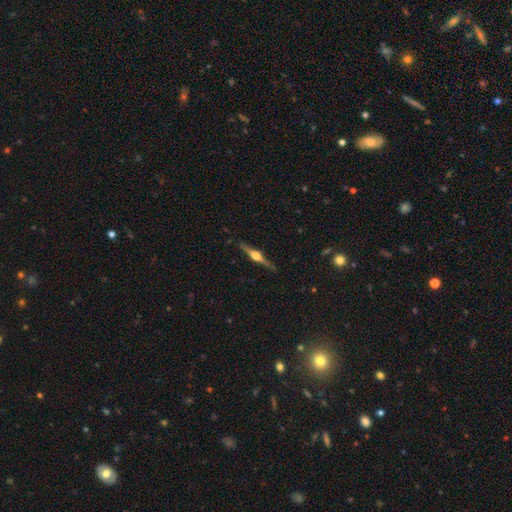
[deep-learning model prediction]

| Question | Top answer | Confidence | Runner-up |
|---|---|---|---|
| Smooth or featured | featured or disk | 83% | smooth (11%) |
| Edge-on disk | yes | 98% | no (2%) |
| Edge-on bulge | rounded | 93% | boxy (5%) |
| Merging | none | 90% | minor disturbance (8%) |